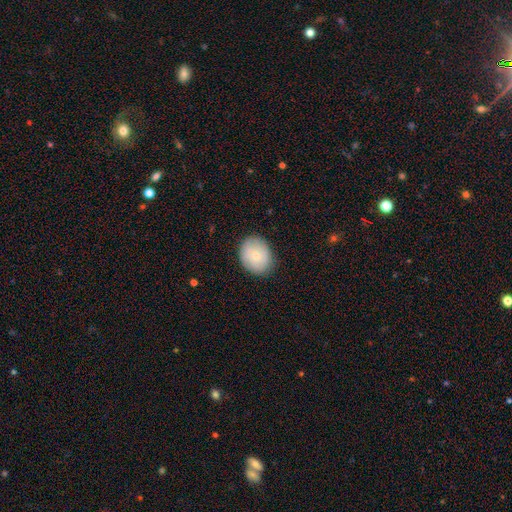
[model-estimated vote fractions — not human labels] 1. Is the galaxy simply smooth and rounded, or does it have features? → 69% smooth, 24% featured or disk, 7% star or artifact.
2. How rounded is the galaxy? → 51% round, 48% in between, 1% cigar-shaped.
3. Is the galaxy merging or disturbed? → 83% none, 13% minor disturbance, 3% major disturbance, 1% merger.